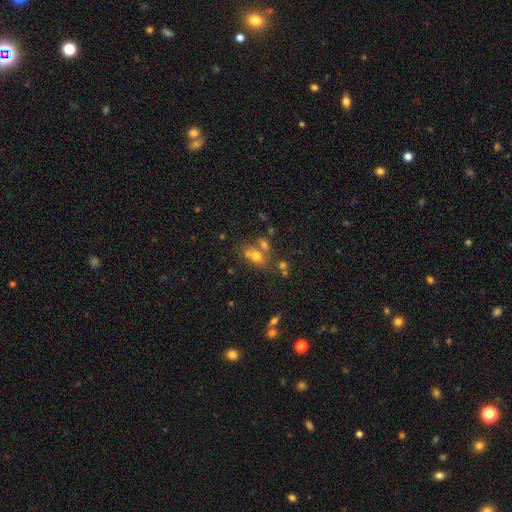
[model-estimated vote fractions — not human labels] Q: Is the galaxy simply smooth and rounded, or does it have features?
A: smooth — 63%.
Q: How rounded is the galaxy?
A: in between — 58%.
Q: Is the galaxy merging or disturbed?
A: none — 44%.